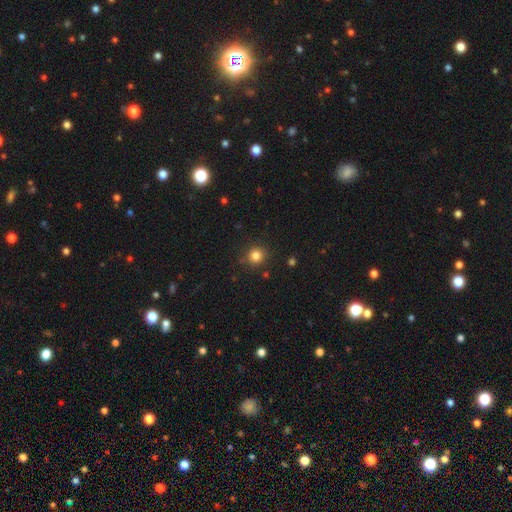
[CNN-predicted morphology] Overall: smooth (82%). How rounded: round (92%). Merging: none (88%).